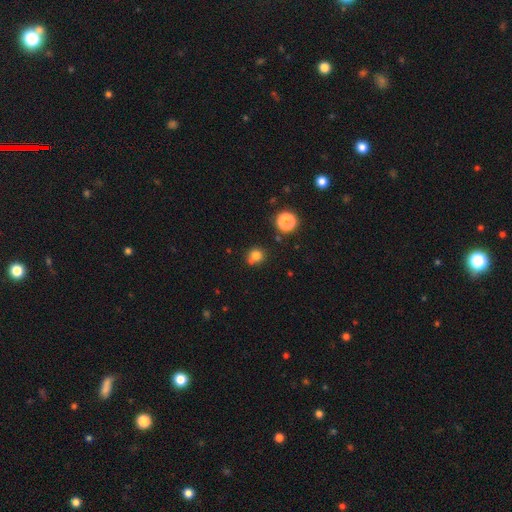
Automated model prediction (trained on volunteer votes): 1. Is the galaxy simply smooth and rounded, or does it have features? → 78% smooth, 15% star or artifact, 7% featured or disk.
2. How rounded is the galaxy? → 84% round, 15% in between, 1% cigar-shaped.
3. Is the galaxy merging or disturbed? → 62% none, 21% merger, 14% minor disturbance, 4% major disturbance.